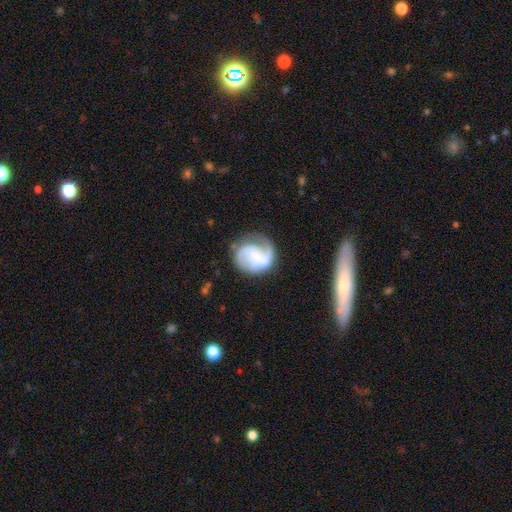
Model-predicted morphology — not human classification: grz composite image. It shows a featured or disk galaxy (75%) with no bar (56%), 2 (60%) medium (45%) spiral arms (91%) and a small central bulge (54%). Merging: none (60%).